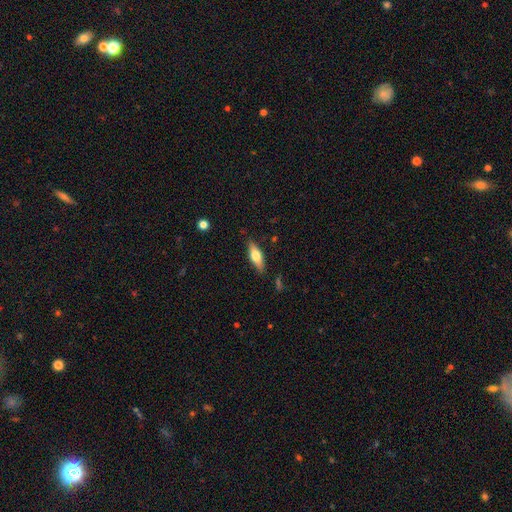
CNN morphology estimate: Q: Smooth or featured?
A: smooth (61%); runner-up: featured or disk (33%)
Q: How rounded?
A: in between (59%); runner-up: cigar-shaped (38%)
Q: Merging?
A: none (85%); runner-up: minor disturbance (11%)